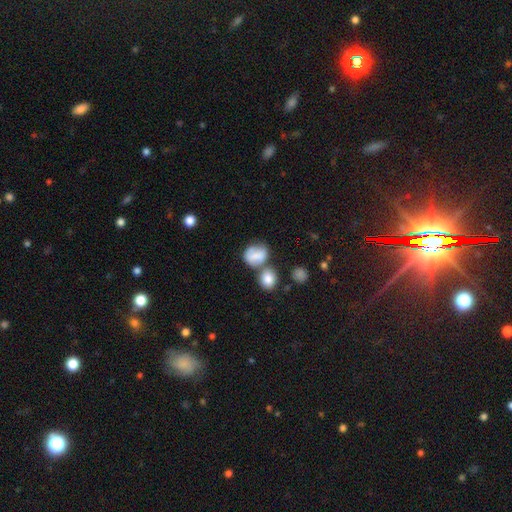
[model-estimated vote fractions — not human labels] smooth 71%, featured or disk 20%, star or artifact 9%. Down the decision tree: how rounded — round (50%); merging — none (38%).